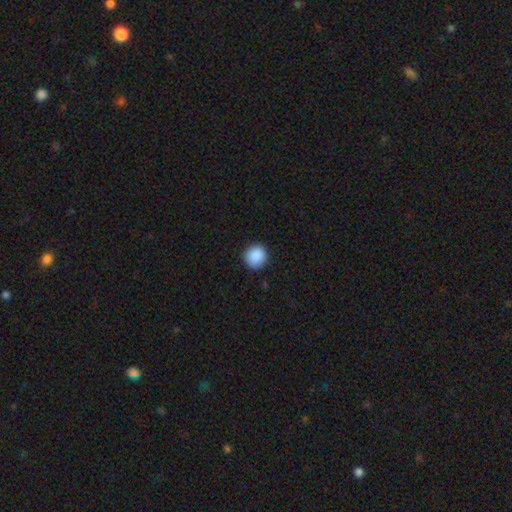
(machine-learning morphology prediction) smooth-or-featured: smooth: 89% | star or artifact: 8% | featured or disk: 3%
  how-rounded: round: 92% | in between: 7% | cigar-shaped: 1%
  merging: none: 91% | minor disturbance: 7% | major disturbance: 2% | merger: 1%